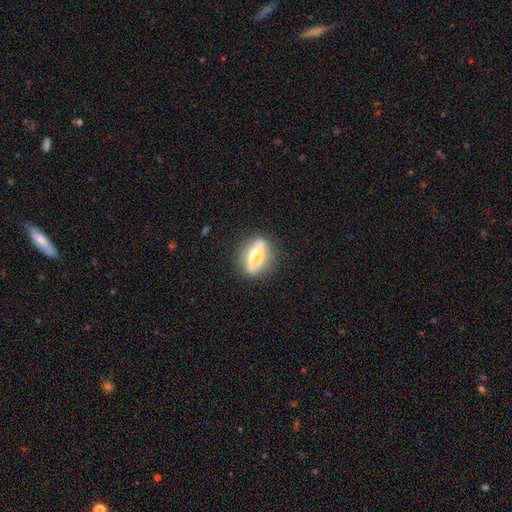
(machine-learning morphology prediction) A featured or disk galaxy (49%).

Vote fractions:
- Smooth or featured? featured or disk: 49% / smooth: 43% / star or artifact: 8%
- Merging? none: 67% / minor disturbance: 22% / major disturbance: 8% / merger: 4%